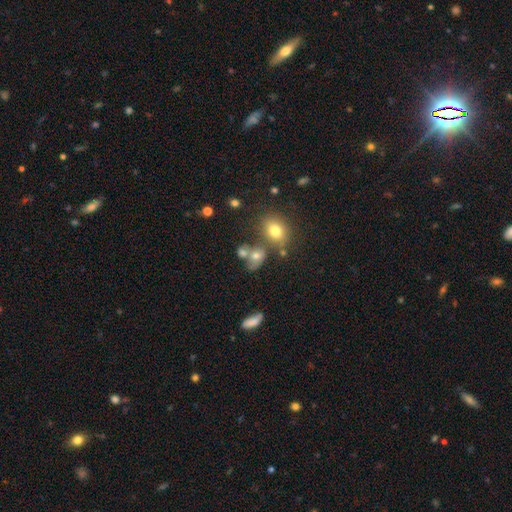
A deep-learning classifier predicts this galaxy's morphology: A smooth galaxy with no disk features (67%) that is in between round and cigar-shaped (53%).

Vote fractions:
- Smooth or featured? smooth: 67% / featured or disk: 18% / star or artifact: 15%
- How rounded? in between: 53% / round: 45% / cigar-shaped: 2%
- Merging? none: 42% / merger: 32% / minor disturbance: 16% / major disturbance: 10%